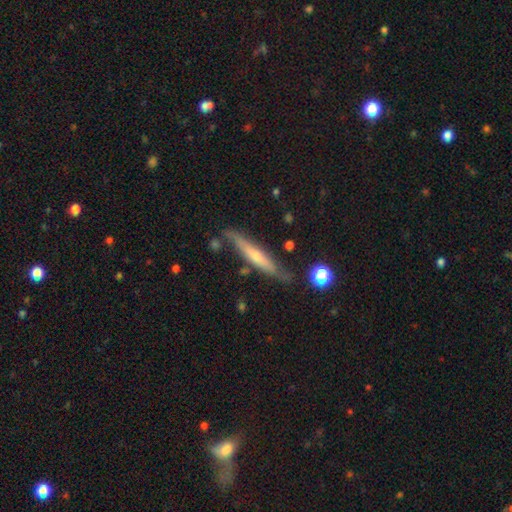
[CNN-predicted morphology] This appears to be a featured or disk galaxy (54%) viewed edge-on (88%). Merging: none (74%).